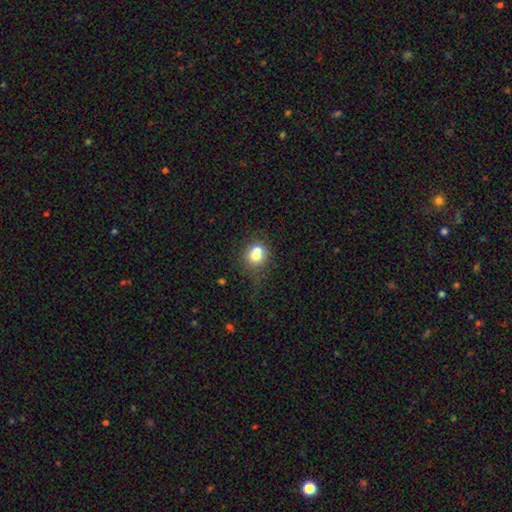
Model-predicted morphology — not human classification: smooth-or-featured: smooth: 68% | featured or disk: 21% | star or artifact: 11%
  how-rounded: round: 73% | in between: 26% | cigar-shaped: 1%
  merging: merger: 50% | none: 35% | minor disturbance: 10% | major disturbance: 5%